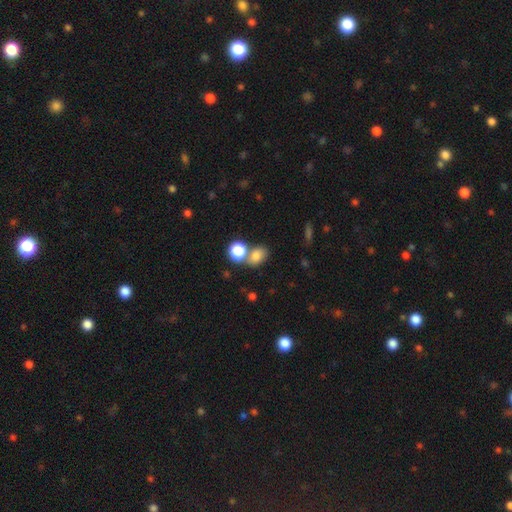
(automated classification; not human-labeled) Smooth or featured? Predicted: smooth (p=0.79). How rounded? Predicted: in between (p=0.64). Merging? Predicted: none (p=0.48).